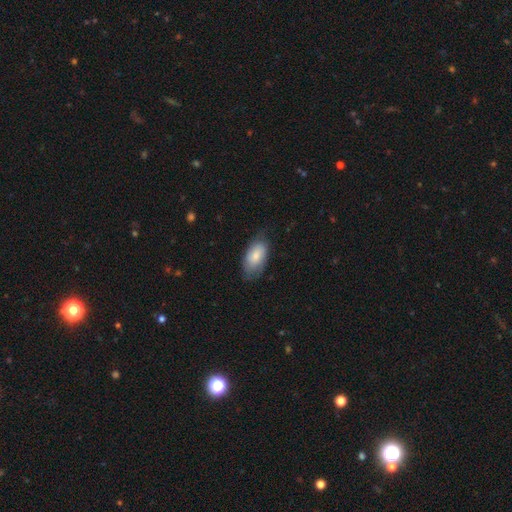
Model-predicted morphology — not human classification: smooth 77%, featured or disk 17%, star or artifact 6%. Down the decision tree: how rounded — in between (93%); merging — none (67%).